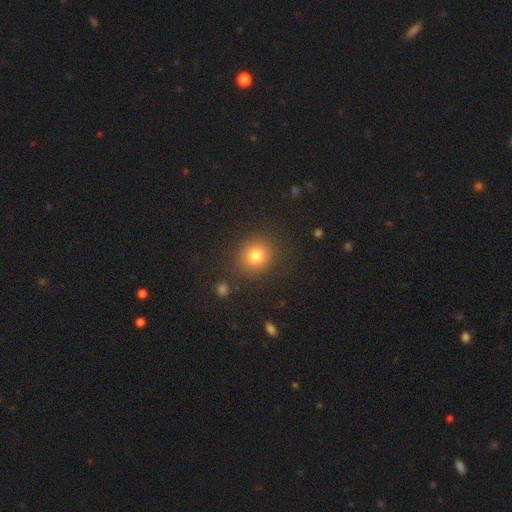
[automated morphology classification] Smooth or featured?
  - smooth: 79% *
  - star or artifact: 13%
  - featured or disk: 8%
How rounded?
  - round: 82% *
  - in between: 17%
  - cigar-shaped: 1%
Merging?
  - none: 85% *
  - minor disturbance: 9%
  - major disturbance: 4%
  - merger: 2%